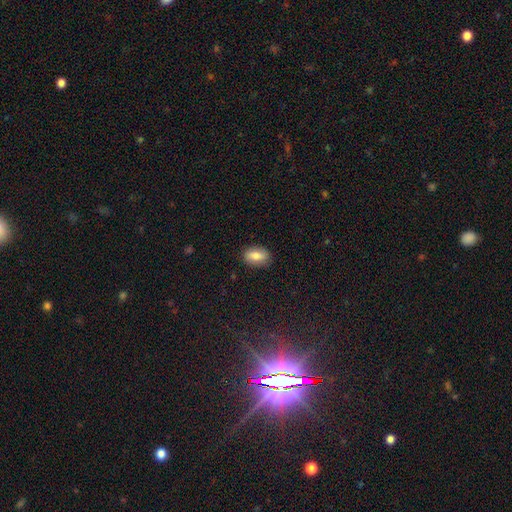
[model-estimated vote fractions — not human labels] A smooth galaxy with no disk features (75%) that is in between round and cigar-shaped (87%). Merging: none (85%).